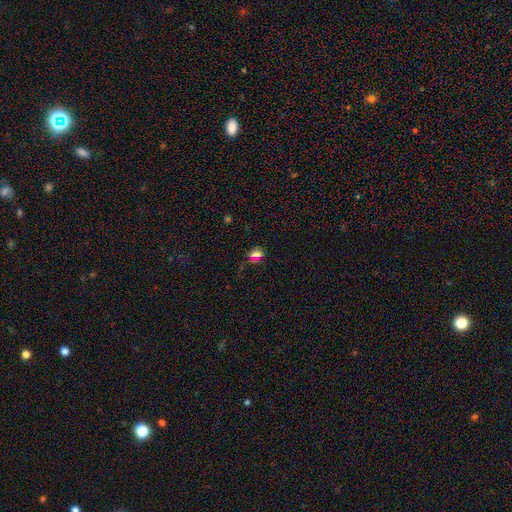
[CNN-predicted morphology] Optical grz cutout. It shows a smooth galaxy with no disk features (54%) that is in between round and cigar-shaped (49%). Merging: none (67%).